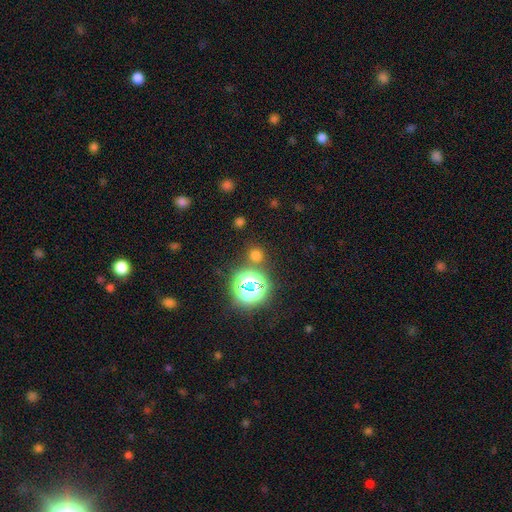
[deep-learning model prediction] smooth 60%, star or artifact 34%, featured or disk 6%. Down the decision tree: how rounded — round (89%); merging — none (80%).